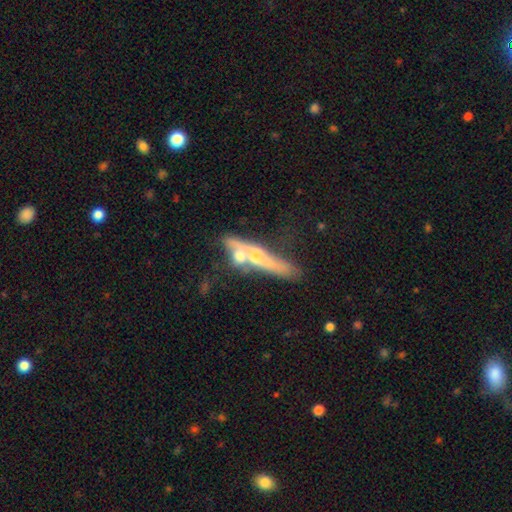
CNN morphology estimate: This appears to be a featured or disk galaxy (58%) viewed edge-on (67%). Merging: merger (48%).